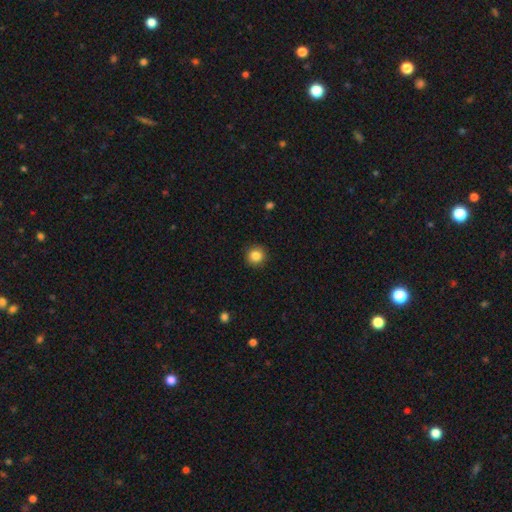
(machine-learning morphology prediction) A smooth galaxy with no disk features (85%) that is round (93%). Merging: none (91%).